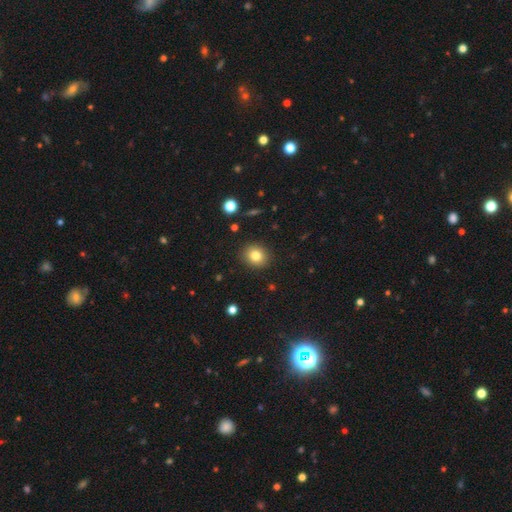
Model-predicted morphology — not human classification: This appears to be a smooth galaxy with no disk features (81%) that is round (75%). Merging: none (90%).